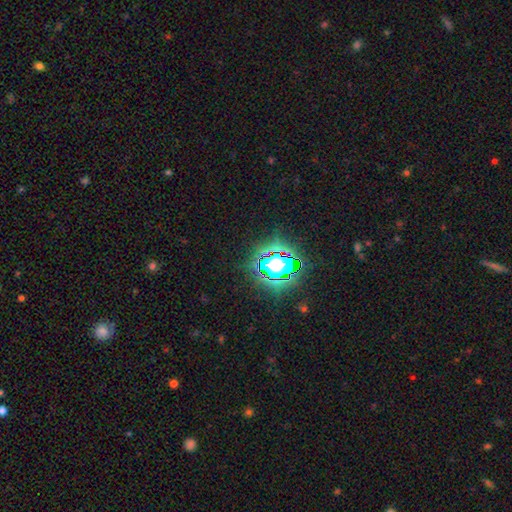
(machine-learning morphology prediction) The model was most divided on "smooth or featured": star or artifact: 80%, smooth: 12%, featured or disk: 7%.